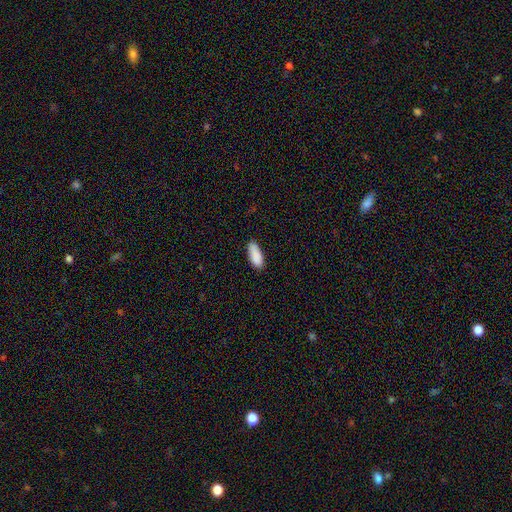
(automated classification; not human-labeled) Q: Smooth or featured?
A: smooth (89%); runner-up: star or artifact (6%)
Q: How rounded?
A: in between (76%); runner-up: cigar-shaped (22%)
Q: Merging?
A: none (82%); runner-up: minor disturbance (15%)